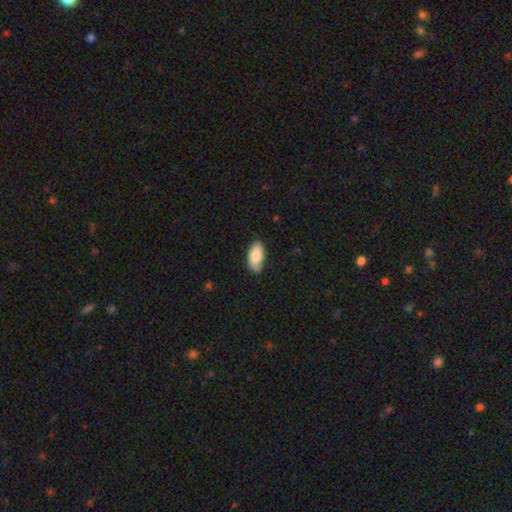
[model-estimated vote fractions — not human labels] Smooth or featured: smooth — 84% (featured or disk — 10%)
How rounded: in between — 92% (cigar-shaped — 6%)
Merging: none — 77% (minor disturbance — 19%)